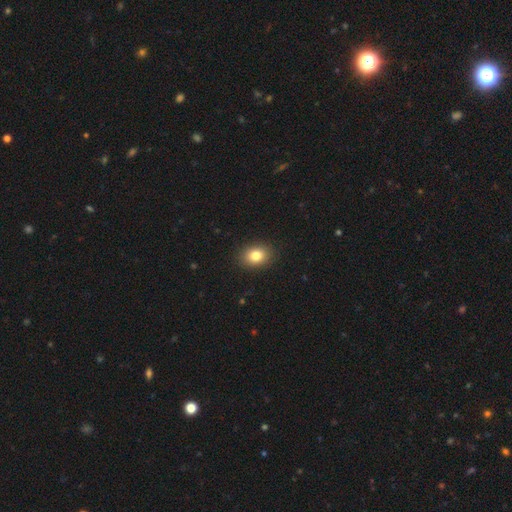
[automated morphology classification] Smooth or featured? smooth (82%)
How rounded? in between (69%)
Merging? none (90%)